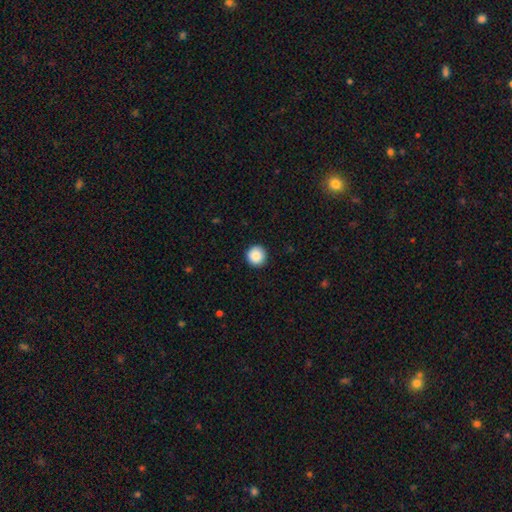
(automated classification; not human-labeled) Smooth or featured: smooth — 88% (star or artifact — 8%)
How rounded: round — 96% (in between — 3%)
Merging: none — 93% (minor disturbance — 5%)